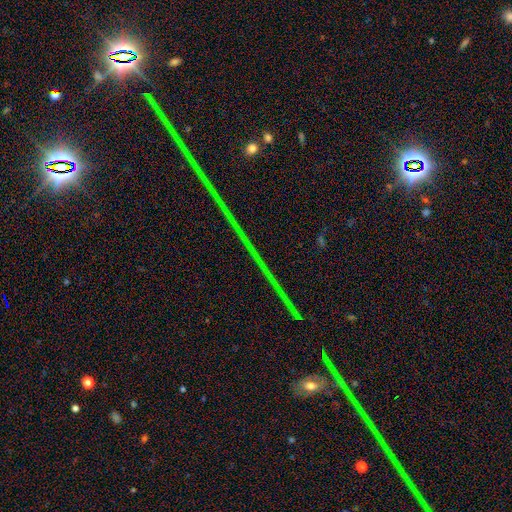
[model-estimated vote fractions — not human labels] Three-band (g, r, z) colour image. It shows a star or artifact, not a galaxy (84%).